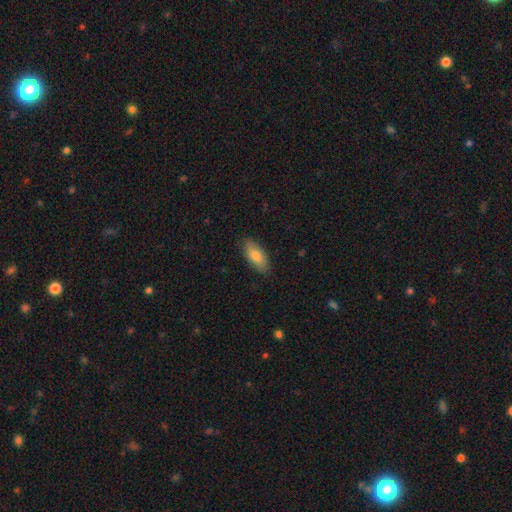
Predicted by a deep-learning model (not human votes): This is likely a smooth galaxy (80%). How rounded: clearly in between (85%). Merging: clearly none (85%).